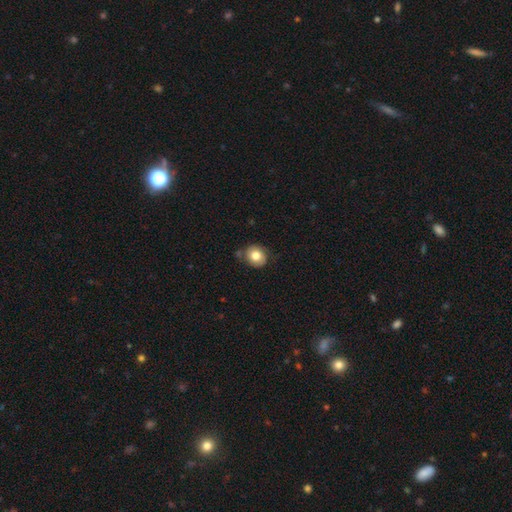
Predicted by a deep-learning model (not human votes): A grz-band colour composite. It shows a smooth galaxy with no disk features (79%) that is round (71%). Merging: none (71%).